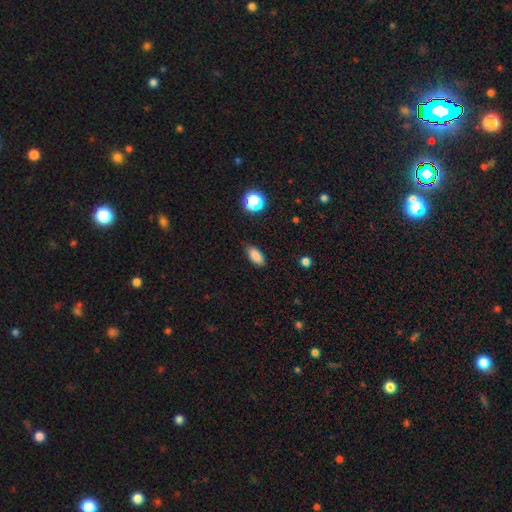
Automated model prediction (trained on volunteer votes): Overall: smooth (85%). How rounded: in between (86%). Merging: none (83%).